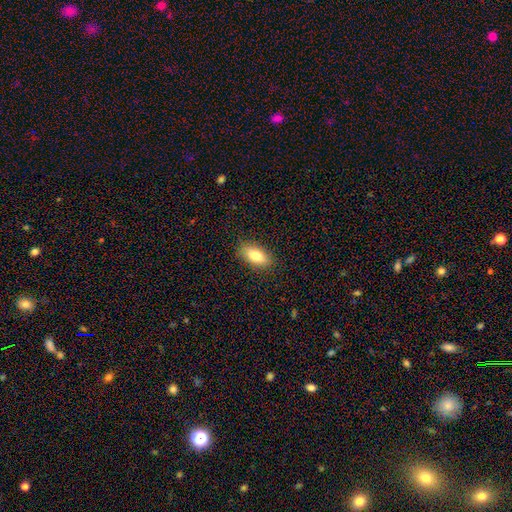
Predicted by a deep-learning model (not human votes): smooth 78%, featured or disk 14%, star or artifact 7%. Down the decision tree: how rounded — in between (86%); merging — none (88%).